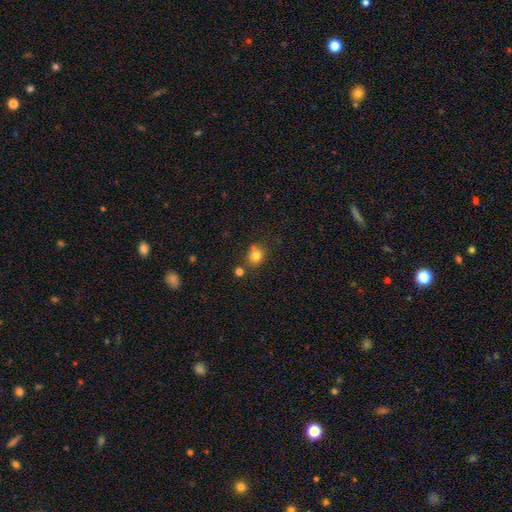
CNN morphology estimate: This is clearly a smooth galaxy (80%). How rounded: likely round (80%). Merging: likely none (71%).